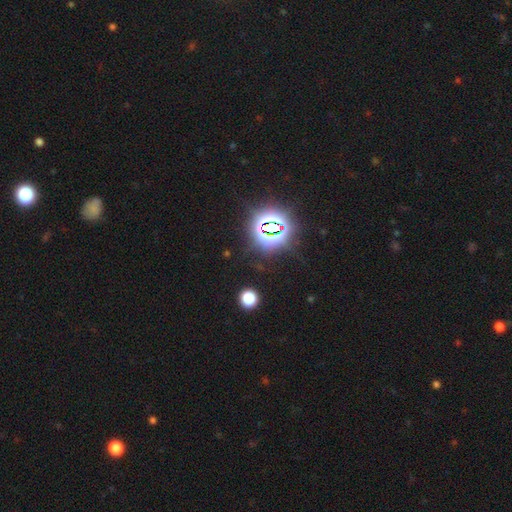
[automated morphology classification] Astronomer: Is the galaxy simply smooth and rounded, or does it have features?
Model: star or artifact — 81%.